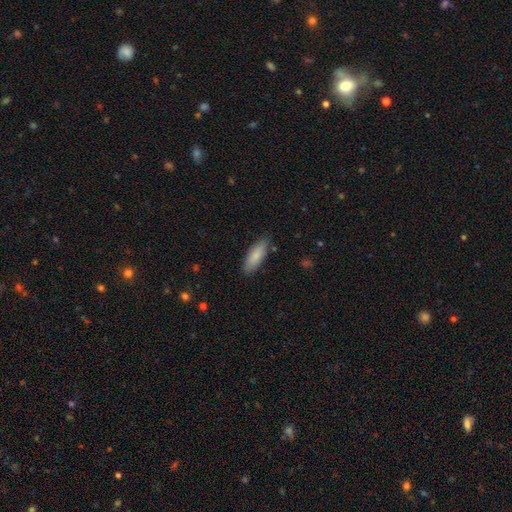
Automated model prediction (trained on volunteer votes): A smooth galaxy with no disk features (84%) that is in between round and cigar-shaped (61%). Merging: none (85%).